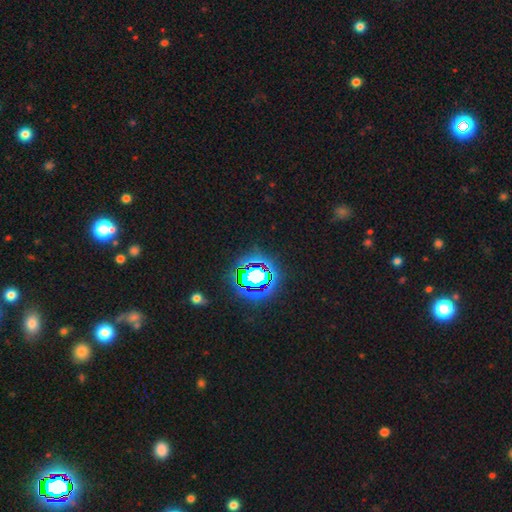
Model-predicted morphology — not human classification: Smooth or featured?
  - star or artifact: 79% *
  - smooth: 13%
  - featured or disk: 8%